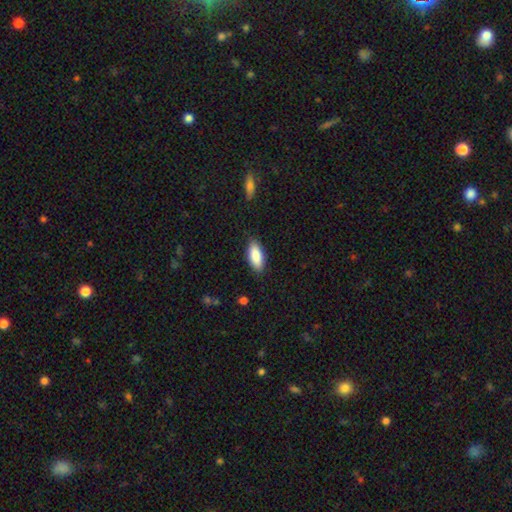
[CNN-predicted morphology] This appears to be a smooth galaxy with no disk features (87%) that is in between round and cigar-shaped (83%). Merging: none (85%).